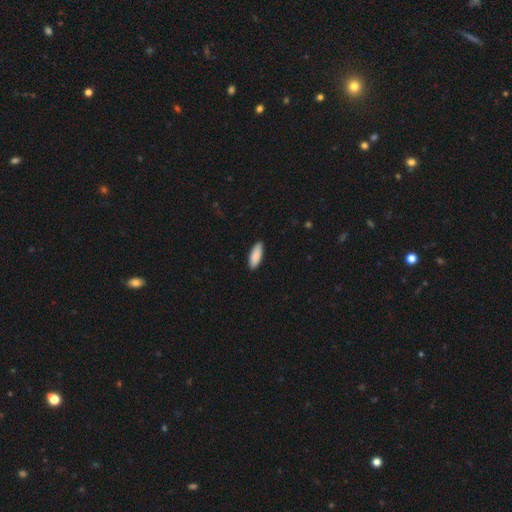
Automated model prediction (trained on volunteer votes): Smooth or featured?
  - smooth: 90% *
  - star or artifact: 5%
  - featured or disk: 5%
How rounded?
  - in between: 72% *
  - cigar-shaped: 27%
  - round: 2%
Merging?
  - none: 89% *
  - minor disturbance: 8%
  - major disturbance: 2%
  - merger: 1%